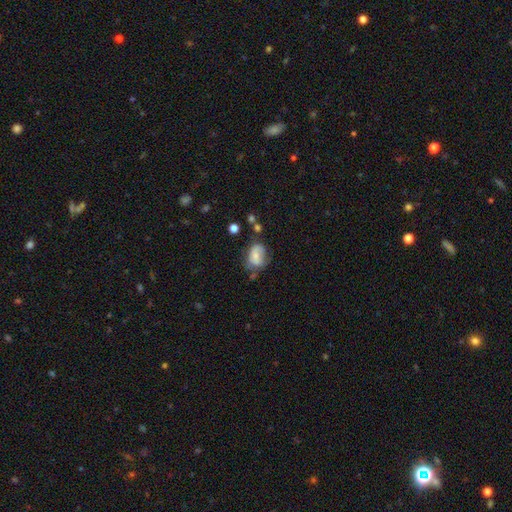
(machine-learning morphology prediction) A smooth galaxy with no disk features (57%) that is in between round and cigar-shaped (69%).

Vote fractions:
- Smooth or featured? smooth: 57% / featured or disk: 34% / star or artifact: 9%
- How rounded? in between: 69% / round: 29% / cigar-shaped: 1%
- Merging? none: 44% / minor disturbance: 33% / major disturbance: 17% / merger: 7%